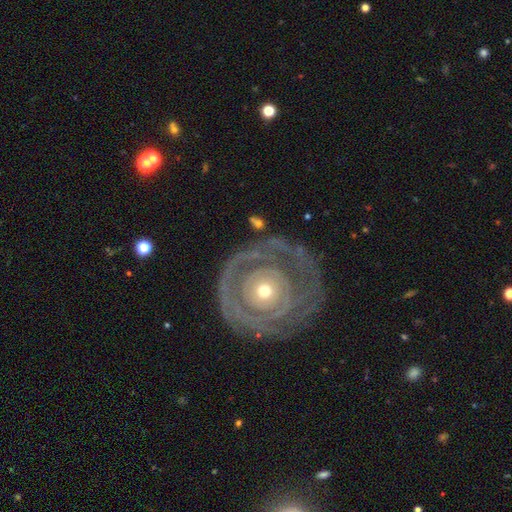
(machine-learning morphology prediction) Smooth or featured: featured or disk — 73% (smooth — 21%)
Edge-on disk: no — 96% (yes — 4%)
Bar: no — 88% (weak — 8%)
Spiral arms: no — 52% (yes — 48%)
Bulge size: small — 55% (moderate — 39%)
Merging: none — 72% (minor disturbance — 15%)